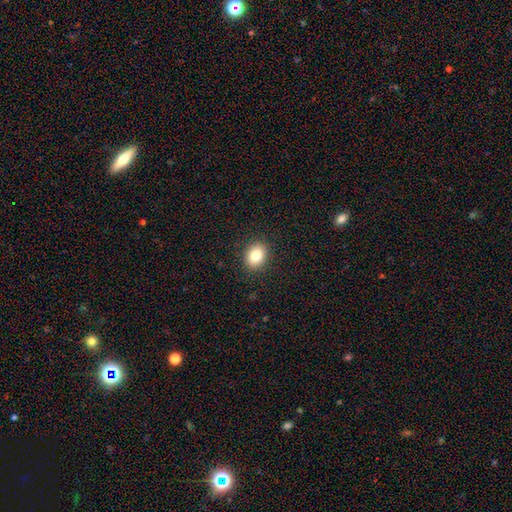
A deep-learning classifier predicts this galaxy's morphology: This appears to be a smooth galaxy with no disk features (82%) that is in between round and cigar-shaped (53%). Merging: none (90%).